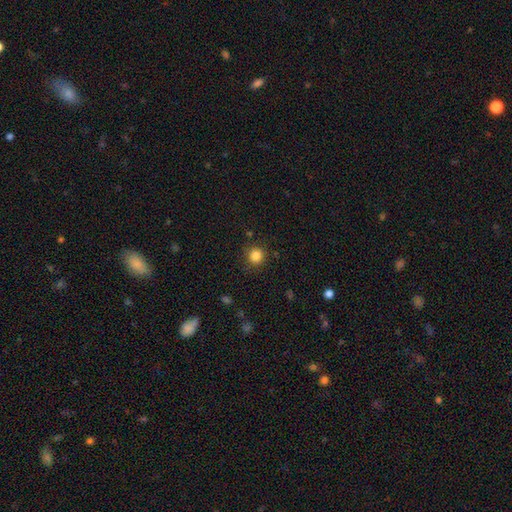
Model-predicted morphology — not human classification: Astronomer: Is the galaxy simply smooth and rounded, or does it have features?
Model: smooth — 84%.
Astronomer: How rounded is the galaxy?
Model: round — 93%.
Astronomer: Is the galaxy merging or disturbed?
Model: none — 87%.